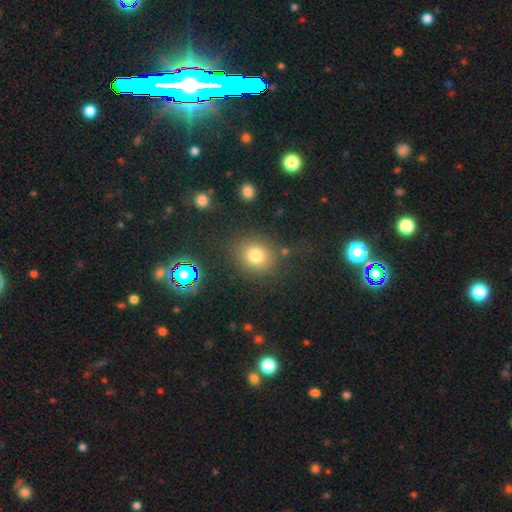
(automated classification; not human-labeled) smooth-or-featured: smooth: 76% | star or artifact: 16% | featured or disk: 8%
  how-rounded: round: 77% | in between: 22% | cigar-shaped: 1%
  merging: none: 82% | minor disturbance: 9% | major disturbance: 5% | merger: 4%